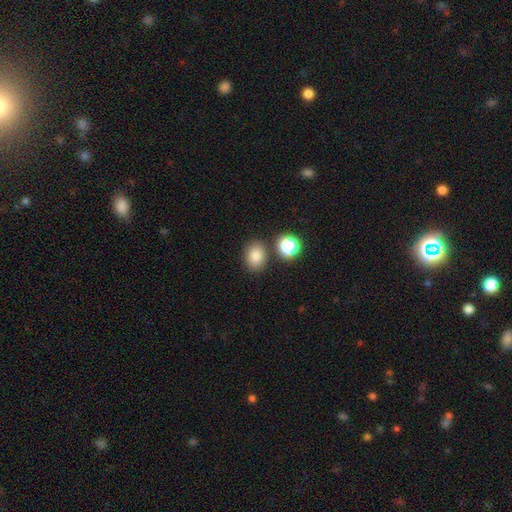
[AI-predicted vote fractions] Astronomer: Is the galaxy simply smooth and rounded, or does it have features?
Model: smooth — 80%.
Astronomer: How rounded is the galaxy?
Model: in between — 58% (runner-up: round, 41%).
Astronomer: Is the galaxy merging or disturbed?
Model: none — 80%.